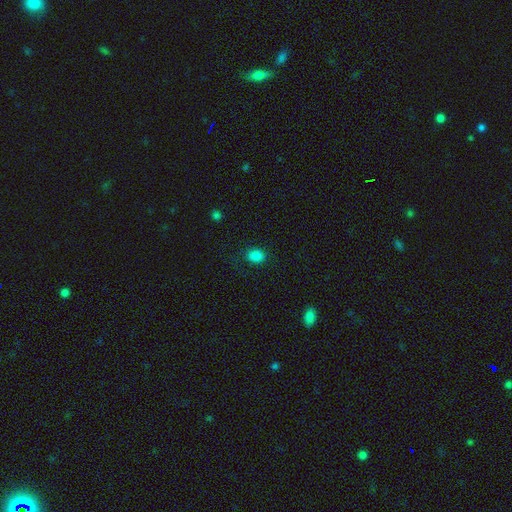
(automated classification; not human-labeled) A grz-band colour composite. It shows a smooth galaxy with no disk features (85%) that is in between round and cigar-shaped (63%). Merging: none (82%).